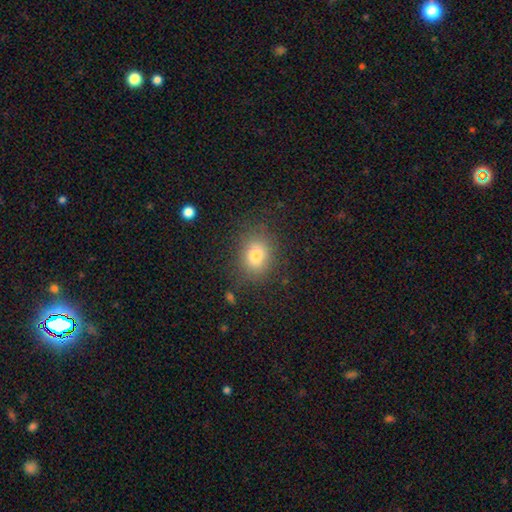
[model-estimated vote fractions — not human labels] smooth 79%, star or artifact 12%, featured or disk 10%. Down the decision tree: how rounded — in between (53%); merging — none (80%).